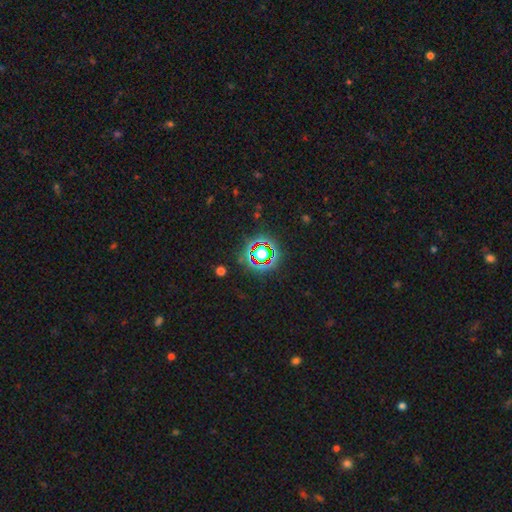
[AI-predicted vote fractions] Q: Smooth or featured?
A: star or artifact (75%); runner-up: smooth (15%)